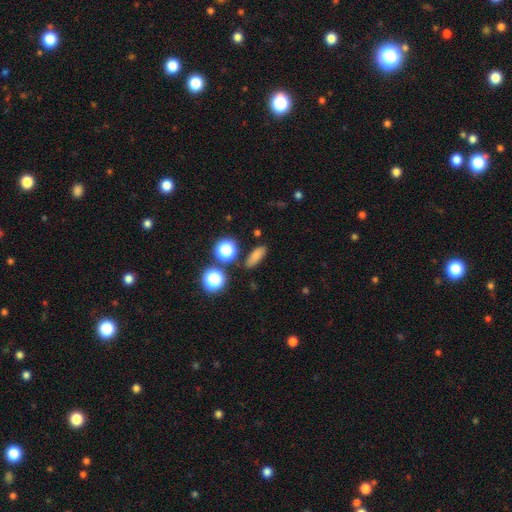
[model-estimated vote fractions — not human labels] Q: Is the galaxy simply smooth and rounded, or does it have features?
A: smooth — 76%.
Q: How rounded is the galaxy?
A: in between — 56%.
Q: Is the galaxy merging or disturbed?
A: none — 83%.